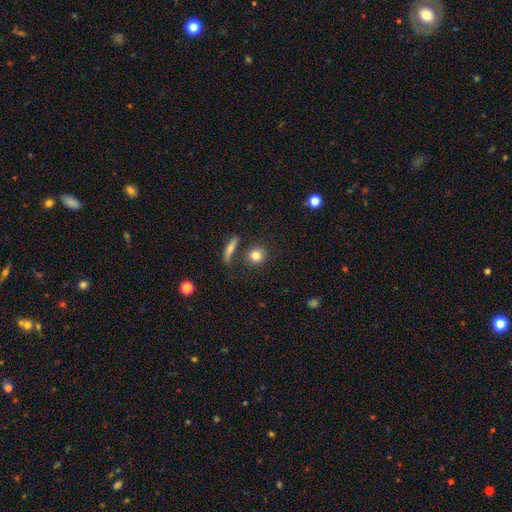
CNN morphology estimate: A smooth galaxy with no disk features (79%) that is round (85%).

Vote fractions:
- Smooth or featured? smooth: 79% / featured or disk: 11% / star or artifact: 10%
- How rounded? round: 85% / in between: 12% / cigar-shaped: 3%
- Merging? none: 74% / merger: 11% / minor disturbance: 10% / major disturbance: 5%